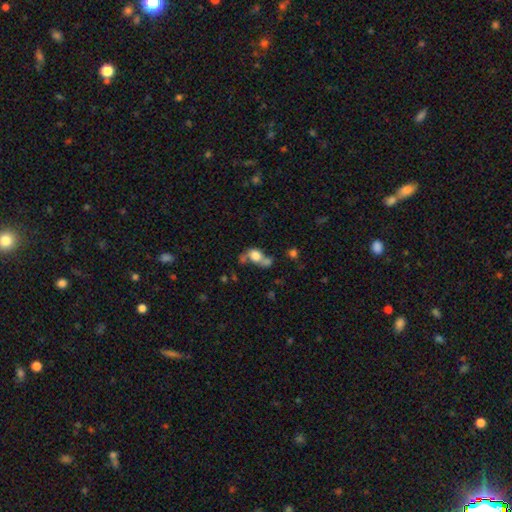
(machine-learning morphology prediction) This appears to be a smooth galaxy with no disk features (69%) that is in between round and cigar-shaped (51%). Merging: merger (48%).